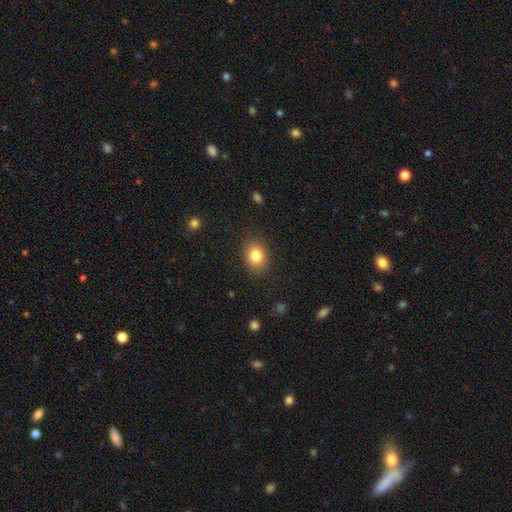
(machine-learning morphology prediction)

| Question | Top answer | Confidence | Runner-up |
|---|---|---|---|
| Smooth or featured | smooth | 83% | star or artifact (10%) |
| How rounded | in between | 50% | round (49%) |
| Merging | none | 87% | minor disturbance (9%) |